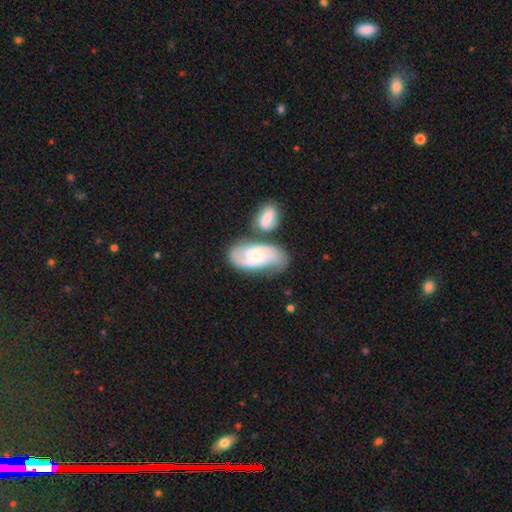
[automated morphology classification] smooth_or_featured: featured or disk (p=0.72) [alt: smooth p=0.23]
disk_edge_on: no (p=0.95) [alt: yes p=0.05]
bar: no (p=0.47) [alt: weak p=0.42]
has_spiral_arms: yes (p=0.92) [alt: no p=0.08]
spiral_winding: medium (p=0.50) [alt: tight p=0.25]
spiral_arm_count: 2 (p=0.84) [alt: can't tell p=0.09]
bulge_size: moderate (p=0.49) [alt: small p=0.40]
merging: none (p=0.47) [alt: merger p=0.29]